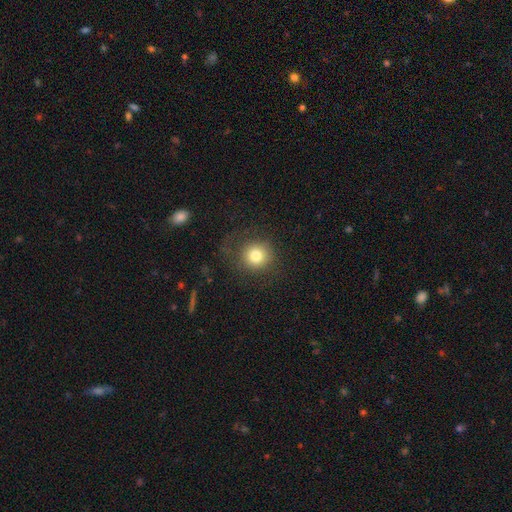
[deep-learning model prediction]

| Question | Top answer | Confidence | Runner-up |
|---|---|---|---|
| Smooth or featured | smooth | 78% | star or artifact (11%) |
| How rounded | round | 92% | in between (8%) |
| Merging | none | 77% | minor disturbance (12%) |